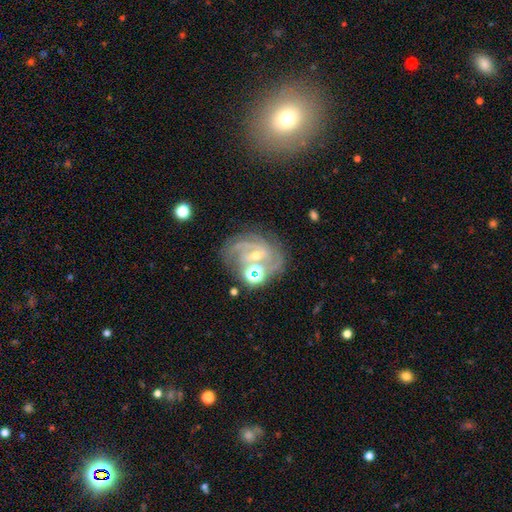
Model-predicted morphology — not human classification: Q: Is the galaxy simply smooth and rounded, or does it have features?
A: featured or disk — 81%.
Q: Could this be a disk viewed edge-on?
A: no — 97%.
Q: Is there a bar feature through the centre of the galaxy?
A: weak — 46%.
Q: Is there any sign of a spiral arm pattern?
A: yes — 96%.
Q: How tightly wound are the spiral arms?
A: tight — 52%.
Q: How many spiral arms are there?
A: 2 — 35%.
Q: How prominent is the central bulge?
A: small — 61%.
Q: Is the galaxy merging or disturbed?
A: none — 66%.